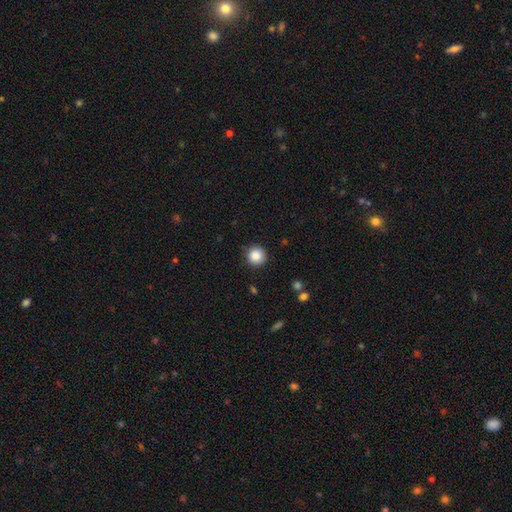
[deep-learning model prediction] Q: Smooth or featured?
A: smooth (87%); runner-up: star or artifact (10%)
Q: How rounded?
A: round (95%); runner-up: in between (4%)
Q: Merging?
A: none (89%); runner-up: minor disturbance (8%)